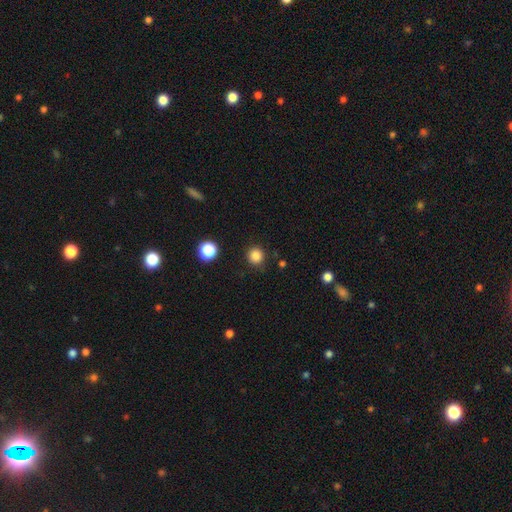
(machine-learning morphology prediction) smooth-or-featured: smooth: 85% | star or artifact: 12% | featured or disk: 3%
  how-rounded: round: 93% | in between: 6% | cigar-shaped: 1%
  merging: none: 88% | minor disturbance: 7% | major disturbance: 3% | merger: 2%